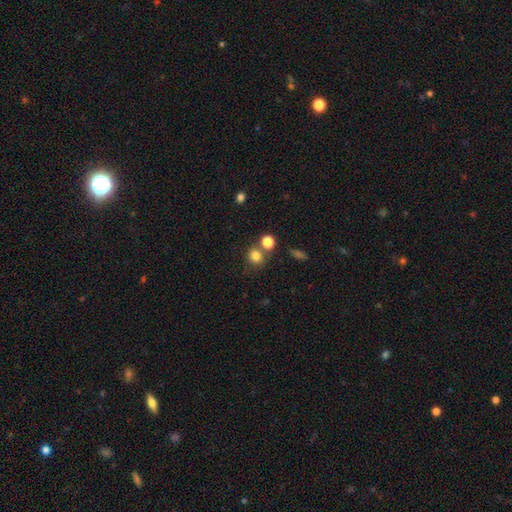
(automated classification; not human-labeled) A smooth galaxy with no disk features (80%) that is round (80%).

Vote fractions:
- Smooth or featured? smooth: 80% / star or artifact: 13% / featured or disk: 7%
- How rounded? round: 80% / in between: 19% / cigar-shaped: 1%
- Merging? none: 61% / merger: 23% / minor disturbance: 11% / major disturbance: 5%